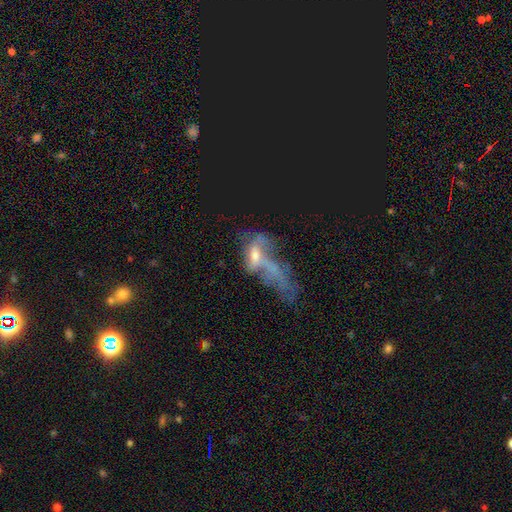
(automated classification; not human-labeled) Smooth or featured?
  - featured or disk: 40% *
  - smooth: 30%
  - star or artifact: 30%
Merging?
  - merger: 33% *
  - major disturbance: 31%
  - none: 23%
  - minor disturbance: 13%